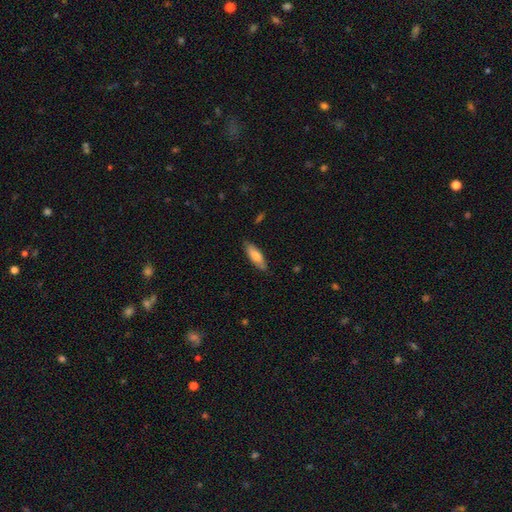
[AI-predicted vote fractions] Smooth or featured? smooth (71%)
How rounded? in between (55%)
Merging? none (81%)